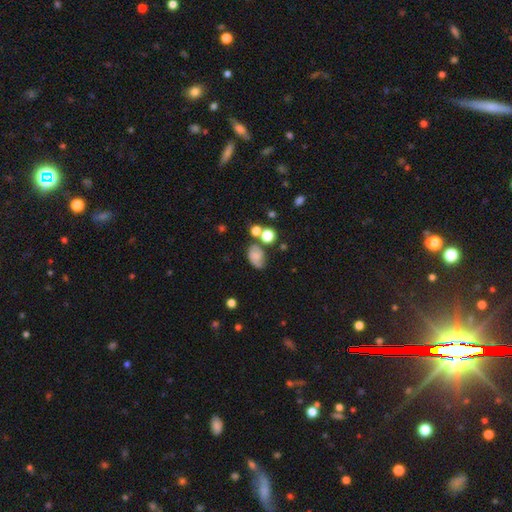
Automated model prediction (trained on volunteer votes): Q: Smooth or featured?
A: smooth (53%); runner-up: featured or disk (34%)
Q: How rounded?
A: in between (75%); runner-up: round (23%)
Q: Merging?
A: none (50%); runner-up: minor disturbance (25%)